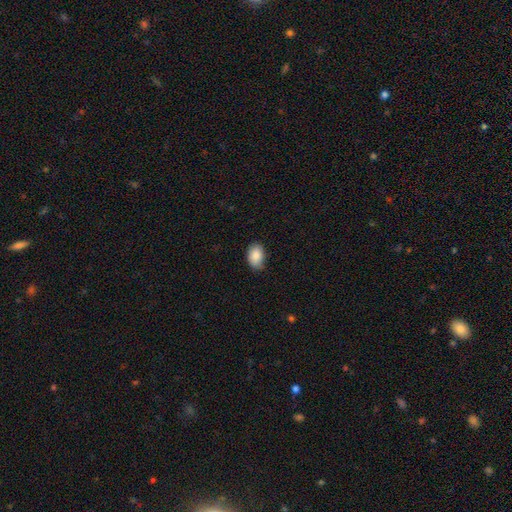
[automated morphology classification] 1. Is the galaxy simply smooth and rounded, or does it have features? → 87% smooth, 7% star or artifact, 6% featured or disk.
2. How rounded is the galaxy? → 88% in between, 11% round, 1% cigar-shaped.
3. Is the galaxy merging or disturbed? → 73% none, 23% minor disturbance, 3% major disturbance, 1% merger.